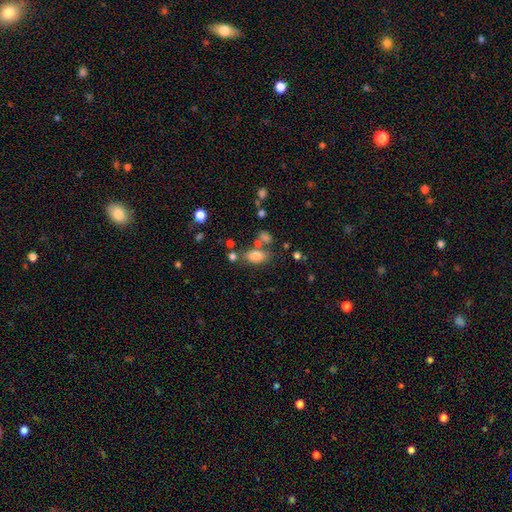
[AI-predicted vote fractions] Smooth or featured? Predicted: smooth (p=0.80). How rounded? Predicted: in between (p=0.87). Merging? Predicted: none (p=0.62).